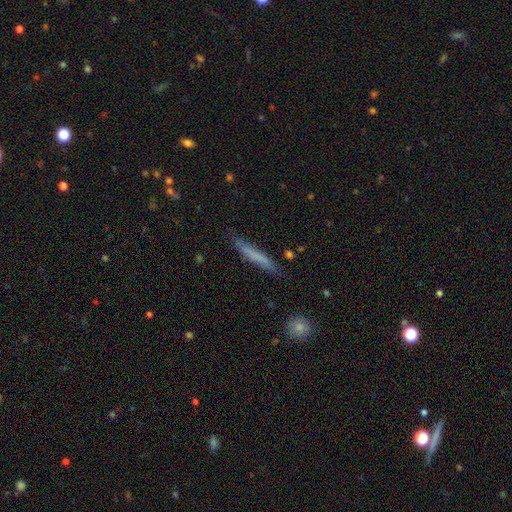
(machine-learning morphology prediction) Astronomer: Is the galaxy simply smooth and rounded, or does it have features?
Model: smooth — 63%.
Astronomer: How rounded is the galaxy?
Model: cigar-shaped — 94%.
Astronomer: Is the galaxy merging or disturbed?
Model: none — 78%.